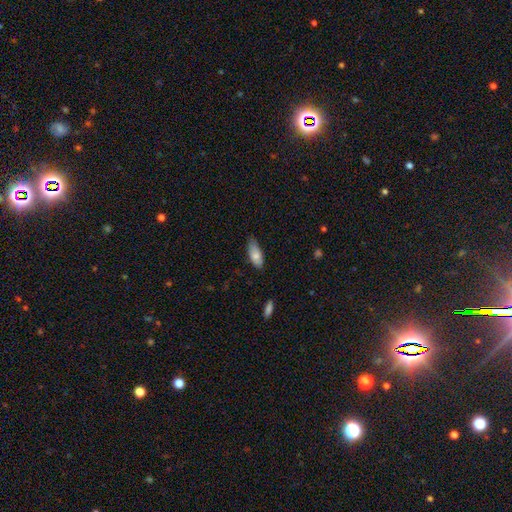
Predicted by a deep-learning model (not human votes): This appears to be a smooth galaxy with no disk features (78%) that is in between round and cigar-shaped (84%). Merging: none (64%).